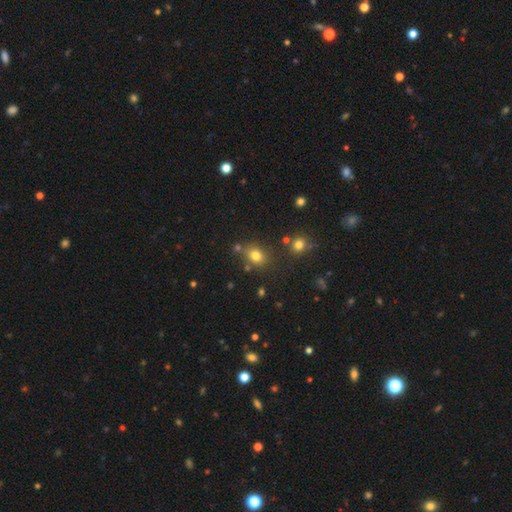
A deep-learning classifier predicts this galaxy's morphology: A smooth galaxy with no disk features (77%) that is round (54%).

Vote fractions:
- Smooth or featured? smooth: 77% / star or artifact: 15% / featured or disk: 8%
- How rounded? round: 54% / in between: 45% / cigar-shaped: 1%
- Merging? none: 74% / minor disturbance: 13% / merger: 9% / major disturbance: 4%